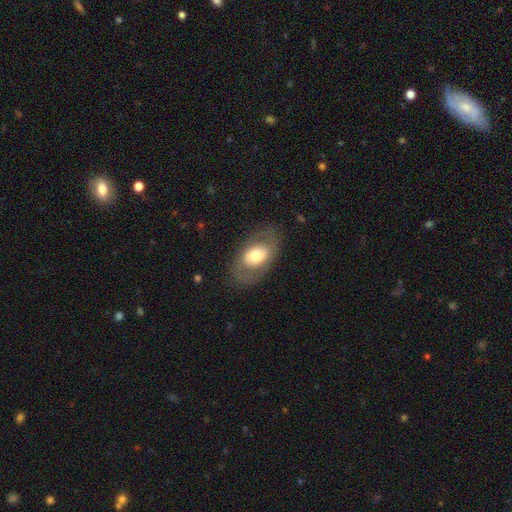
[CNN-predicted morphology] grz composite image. It shows a smooth galaxy with no disk features (52%) that is in between round and cigar-shaped (84%). Merging: none (77%).